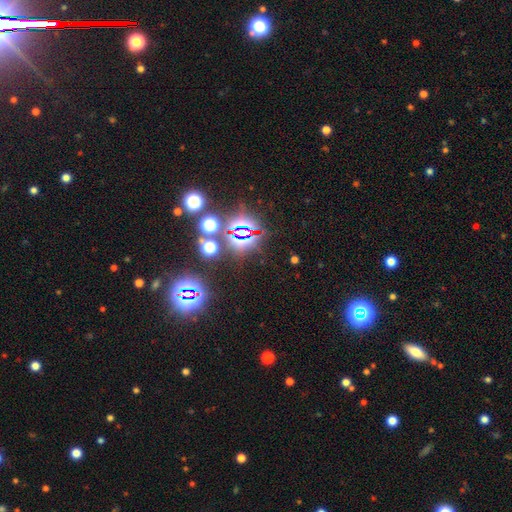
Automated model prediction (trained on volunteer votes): The model was most divided on "smooth or featured": star or artifact: 81%, smooth: 12%, featured or disk: 7%.